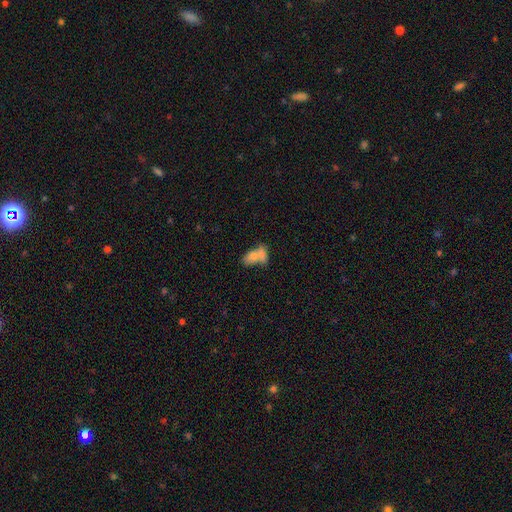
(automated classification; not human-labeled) Smooth or featured? Predicted: smooth (p=0.74). How rounded? Predicted: in between (p=0.83). Merging? Predicted: merger (p=0.61).